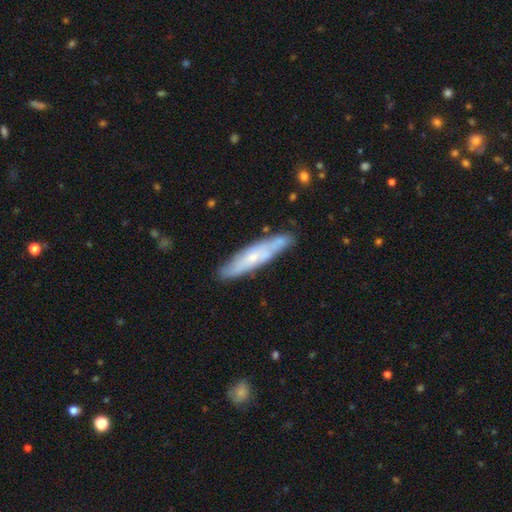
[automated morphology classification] The model was most divided on "smooth or featured": featured or disk: 49%, smooth: 44%, star or artifact: 7%. More confident: merging — none (81%).